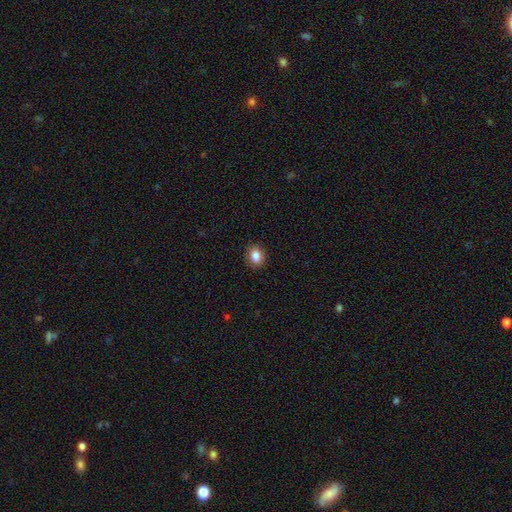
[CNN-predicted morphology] Overall: smooth (84%). How rounded: in between (54%; round 45%). Merging: none (89%).